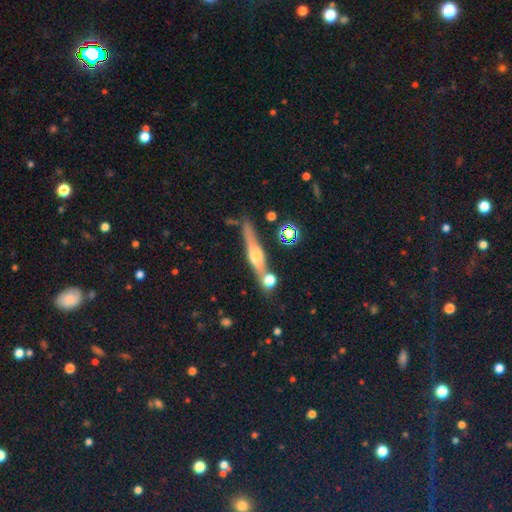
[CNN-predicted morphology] Overall: featured or disk (62%; smooth 27%). Edge-on disk: yes (93%). Edge-on bulge: rounded (86%). Merging: none (73%).